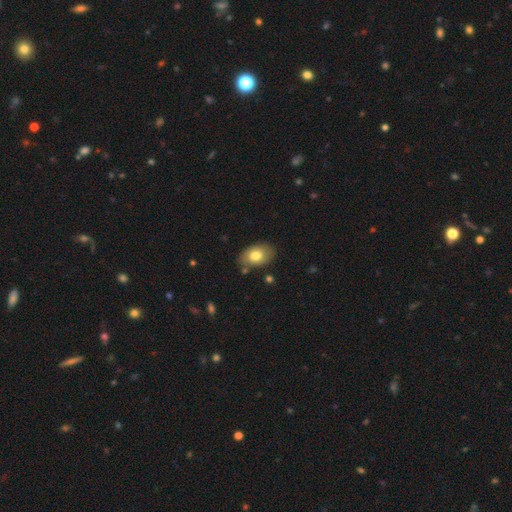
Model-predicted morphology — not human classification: Smooth or featured?
  - smooth: 76% *
  - featured or disk: 16%
  - star or artifact: 7%
How rounded?
  - in between: 87% *
  - round: 12%
  - cigar-shaped: 1%
Merging?
  - none: 78% *
  - minor disturbance: 15%
  - merger: 4%
  - major disturbance: 3%